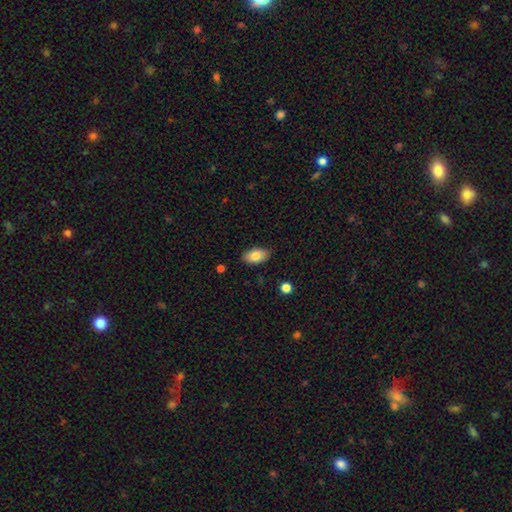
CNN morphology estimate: This is clearly a smooth galaxy (82%). How rounded: clearly in between (93%). Merging: clearly none (86%).